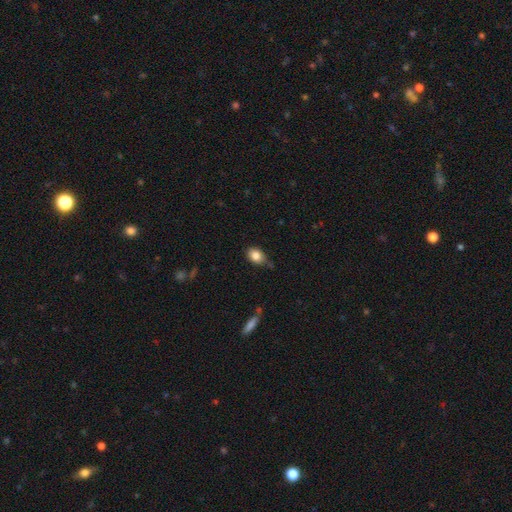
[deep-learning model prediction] Smooth or featured?
  - smooth: 84% *
  - star or artifact: 9%
  - featured or disk: 7%
How rounded?
  - in between: 68% *
  - round: 30%
  - cigar-shaped: 2%
Merging?
  - none: 65% *
  - minor disturbance: 27%
  - major disturbance: 5%
  - merger: 3%